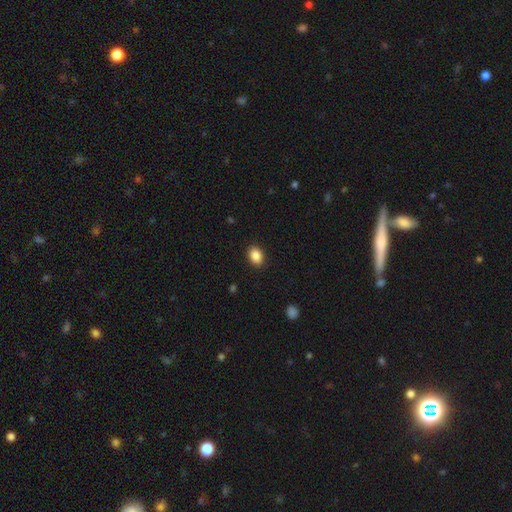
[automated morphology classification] A smooth galaxy with no disk features (88%) that is in between round and cigar-shaped (79%). Merging: none (89%).